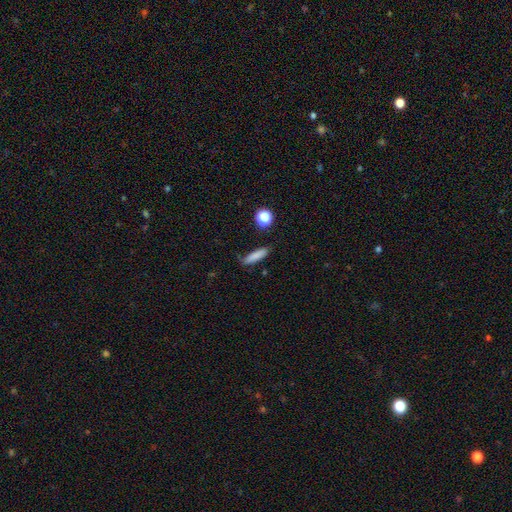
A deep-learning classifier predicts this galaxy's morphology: Smooth or featured? Predicted: smooth (p=0.81). How rounded? Predicted: cigar-shaped (p=0.70). Merging? Predicted: none (p=0.74).